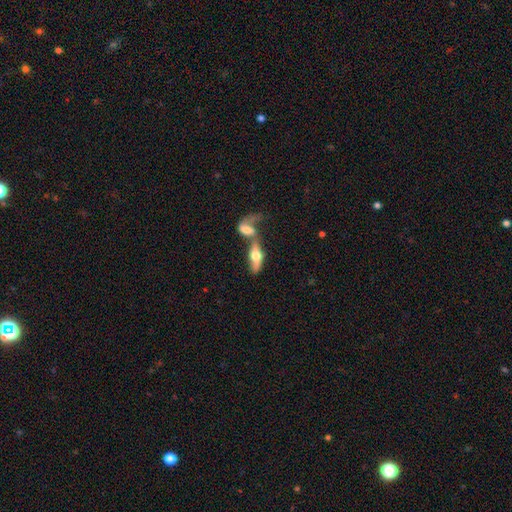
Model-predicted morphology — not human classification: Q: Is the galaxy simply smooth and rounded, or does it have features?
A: smooth — 47%.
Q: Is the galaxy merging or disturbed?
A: merger — 65%.